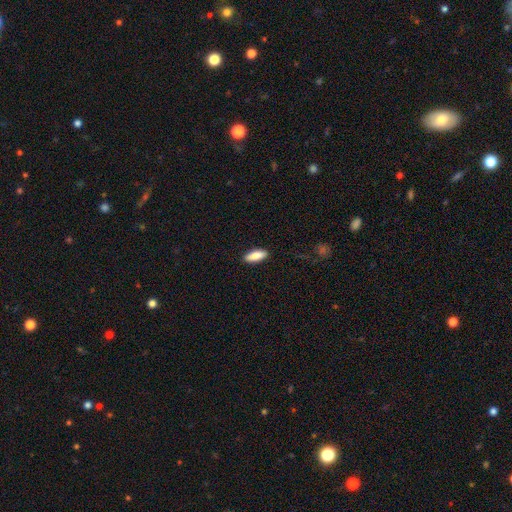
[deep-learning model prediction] Morphology: type=smooth (88%); roundness=in between (68%); merging=none (90%).